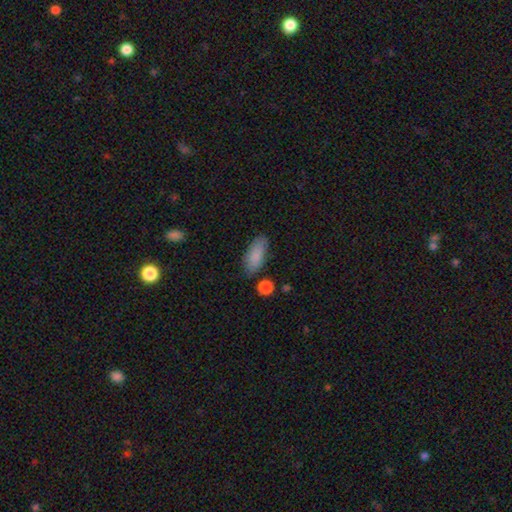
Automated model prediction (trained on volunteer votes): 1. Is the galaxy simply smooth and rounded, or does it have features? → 86% smooth, 7% featured or disk, 6% star or artifact.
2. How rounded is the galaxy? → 82% in between, 16% cigar-shaped, 2% round.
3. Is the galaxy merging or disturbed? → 78% none, 15% minor disturbance, 3% major disturbance, 3% merger.